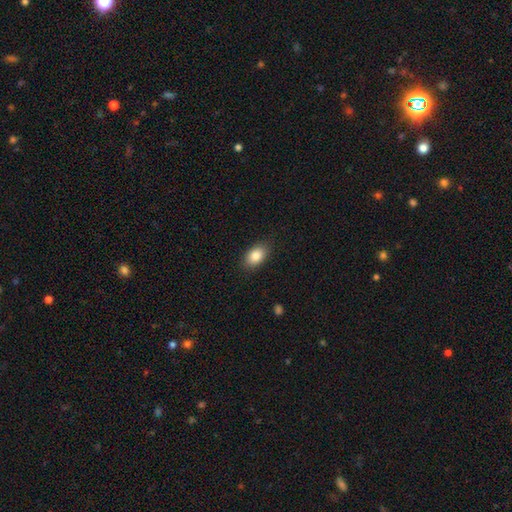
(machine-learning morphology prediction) type=smooth (85%); roundness=in between (87%); merging=none (86%).